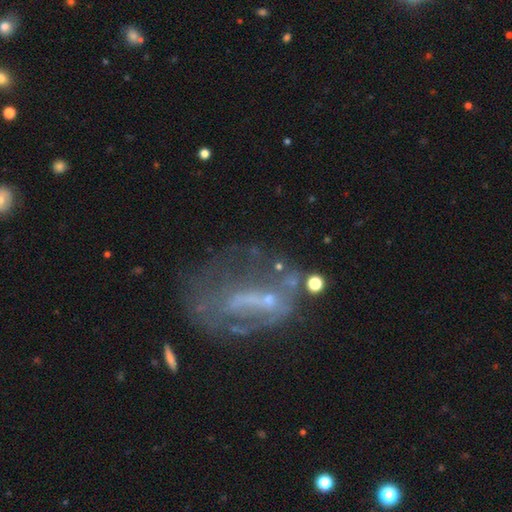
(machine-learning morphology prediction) The model was most divided on "bulge size": small: 46%, none: 39%, moderate: 13%, large: 2%, dominant: 1%. Remaining: edge-on disk — no (93%); spiral arms — no (64%); smooth or featured — featured or disk (64%); merging — none (43%); bar — no (43%).